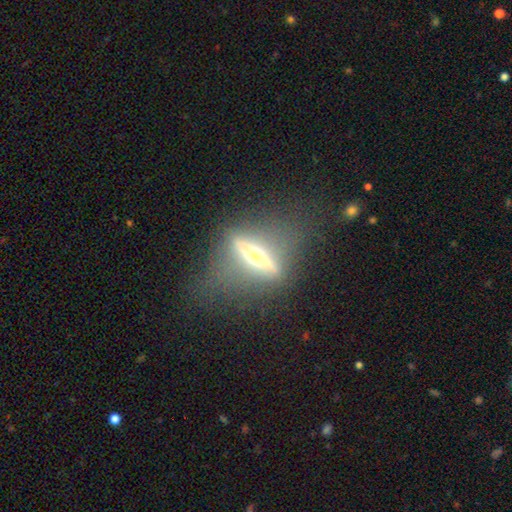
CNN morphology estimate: Smooth or featured? Predicted: featured or disk (p=0.66). Edge-on disk? Predicted: yes (p=0.78). Edge-on bulge? Predicted: rounded (p=0.93). Merging? Predicted: none (p=0.67).